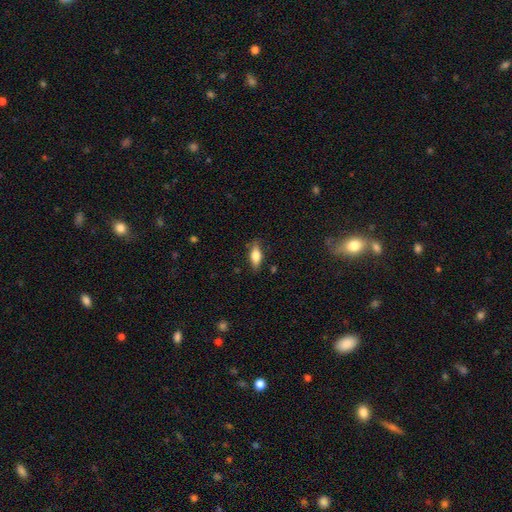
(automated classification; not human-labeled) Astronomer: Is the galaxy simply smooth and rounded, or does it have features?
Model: smooth — 73%.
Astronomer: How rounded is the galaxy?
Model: in between — 76%.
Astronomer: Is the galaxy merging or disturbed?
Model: none — 81%.